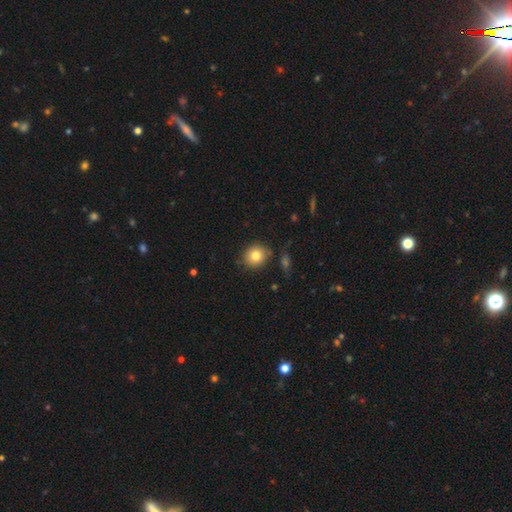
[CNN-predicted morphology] Q: Smooth or featured?
A: smooth (80%); runner-up: star or artifact (10%)
Q: How rounded?
A: round (82%); runner-up: in between (17%)
Q: Merging?
A: none (83%); runner-up: minor disturbance (10%)